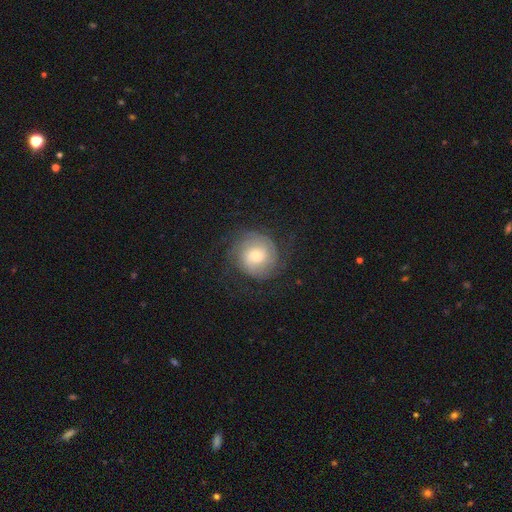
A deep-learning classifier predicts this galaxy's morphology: A featured or disk galaxy (74%) with no bar (66%), 2 (43%) tight (65%) spiral arms (94%) and a moderate central bulge (49%).

Vote fractions:
- Smooth or featured? featured or disk: 74% / smooth: 19% / star or artifact: 7%
- Edge-on disk? no: 98% / yes: 2%
- Bar? no: 66% / weak: 29% / strong: 6%
- Spiral arms? yes: 94% / no: 6%
- Spiral winding? tight: 65% / medium: 26% / loose: 9%
- Spiral arm count? 2: 43% / can't tell: 28% / 3: 14% / 4: 5% / 1: 5% / more than 4: 4%
- Bulge size? moderate: 49% / small: 44% / large: 5% / none: 1% / dominant: 1%
- Merging? none: 75% / minor disturbance: 14% / major disturbance: 10% / merger: 1%